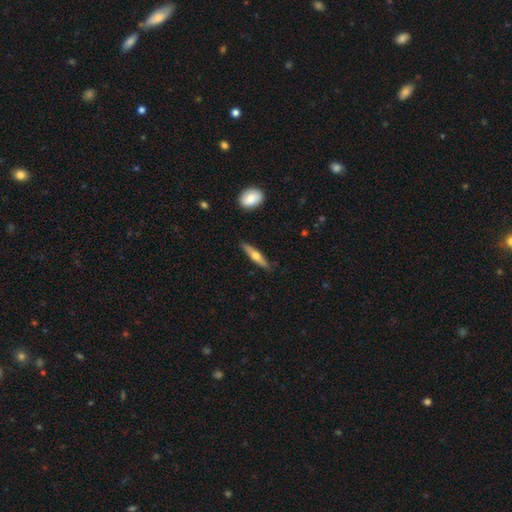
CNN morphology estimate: smooth_or_featured: featured or disk (p=0.52) [alt: smooth p=0.42]
disk_edge_on: yes (p=0.93) [alt: no p=0.07]
merging: none (p=0.87) [alt: minor disturbance p=0.10]